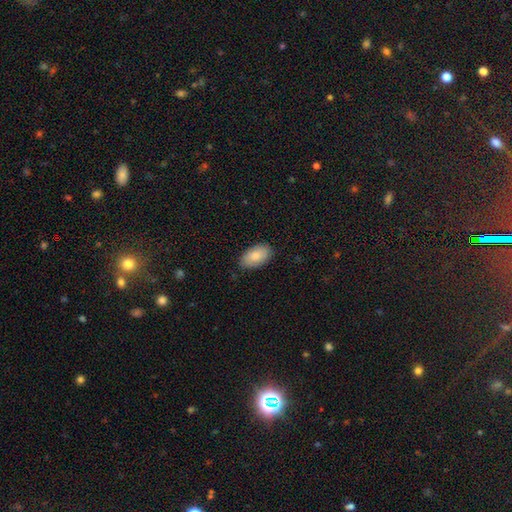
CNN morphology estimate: smooth_or_featured: smooth (p=0.83) [alt: featured or disk p=0.11]
how_rounded: in between (p=0.94) [alt: round p=0.04]
merging: none (p=0.82) [alt: minor disturbance p=0.15]